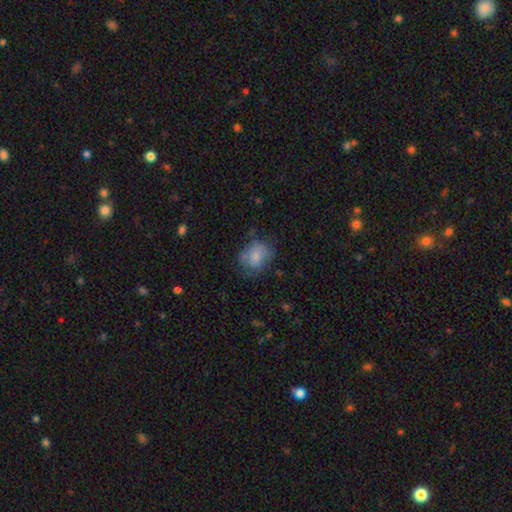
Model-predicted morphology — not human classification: smooth_or_featured: smooth (p=0.70) [alt: featured or disk p=0.22]
how_rounded: round (p=0.58) [alt: in between p=0.42]
merging: none (p=0.55) [alt: minor disturbance p=0.27]